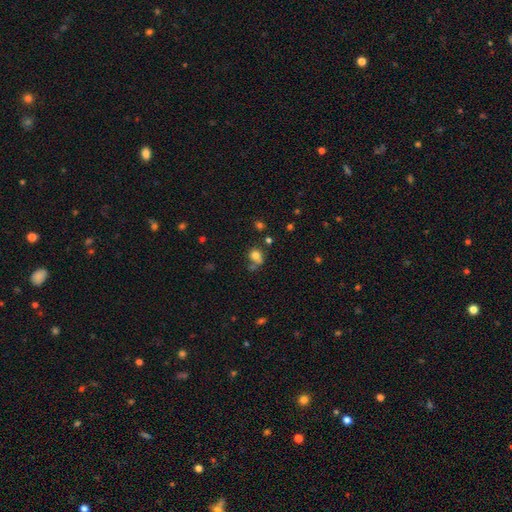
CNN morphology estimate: smooth_or_featured: smooth (p=0.75) [alt: star or artifact p=0.14]
how_rounded: round (p=0.68) [alt: in between p=0.30]
merging: none (p=0.45) [alt: merger p=0.26]